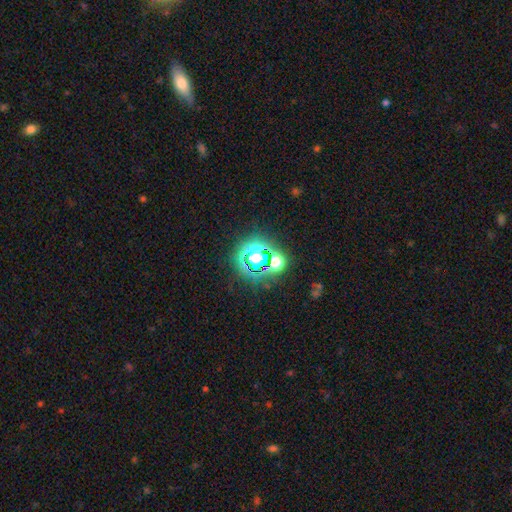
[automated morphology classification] A star or artifact, not a galaxy (76%).